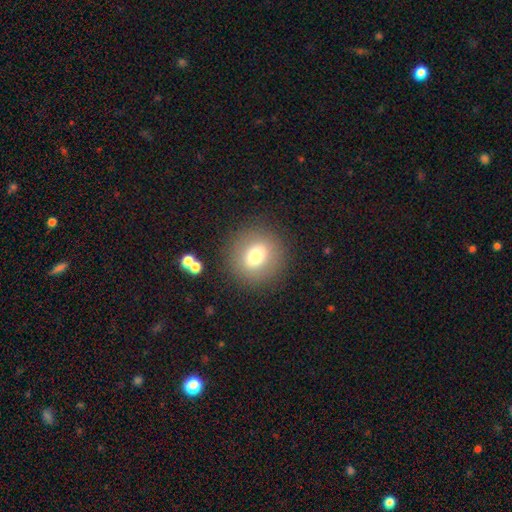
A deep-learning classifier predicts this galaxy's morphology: Smooth or featured: smooth — 68% (featured or disk — 20%)
How rounded: round — 86% (in between — 13%)
Merging: none — 86% (minor disturbance — 8%)